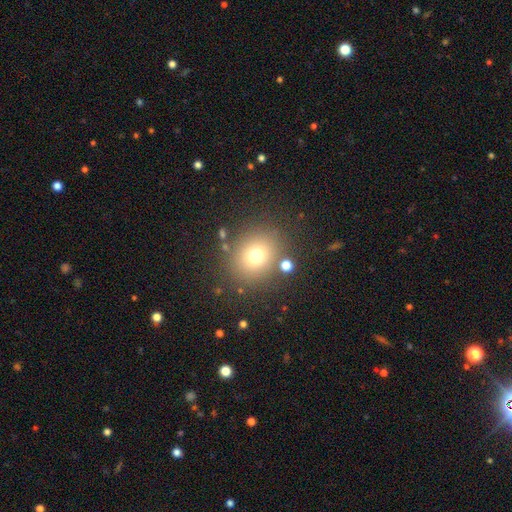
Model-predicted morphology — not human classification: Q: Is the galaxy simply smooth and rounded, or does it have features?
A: smooth — 72%.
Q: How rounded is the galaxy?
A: round — 74%.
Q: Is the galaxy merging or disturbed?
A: none — 81%.